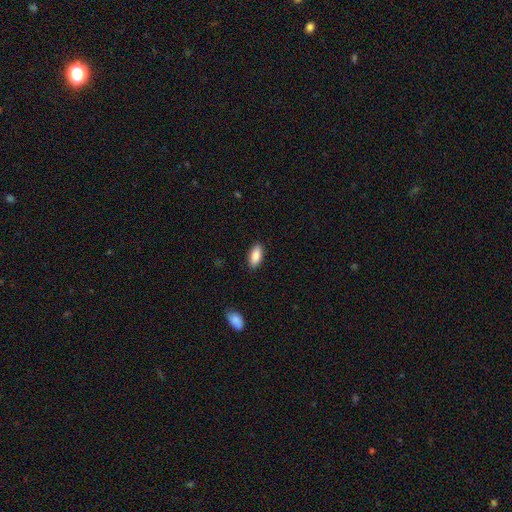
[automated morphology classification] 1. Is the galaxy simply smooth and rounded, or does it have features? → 88% smooth, 6% featured or disk, 6% star or artifact.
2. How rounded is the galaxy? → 86% in between, 12% cigar-shaped, 2% round.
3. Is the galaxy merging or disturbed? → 89% none, 8% minor disturbance, 2% major disturbance, 1% merger.